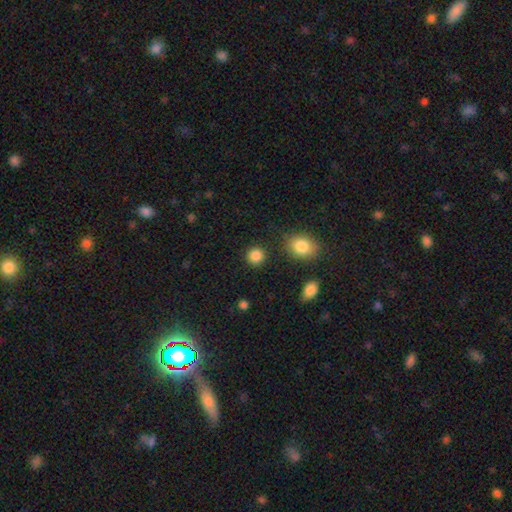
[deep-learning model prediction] Smooth or featured? Predicted: smooth (p=0.87). How rounded? Predicted: round (p=0.91). Merging? Predicted: none (p=0.88).